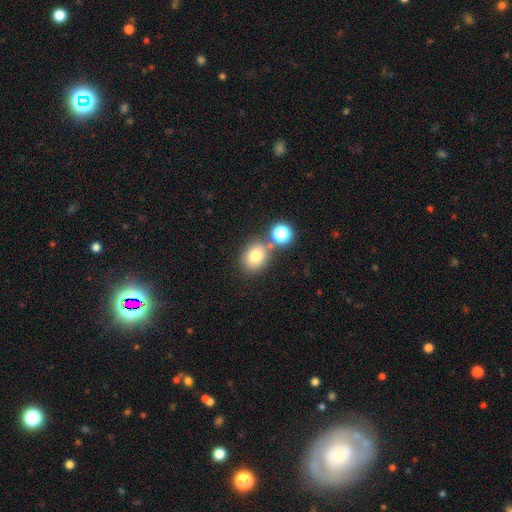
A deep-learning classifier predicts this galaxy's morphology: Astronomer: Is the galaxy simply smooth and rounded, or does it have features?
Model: smooth — 77%.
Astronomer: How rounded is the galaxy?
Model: round — 63%.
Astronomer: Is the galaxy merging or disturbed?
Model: none — 70%.